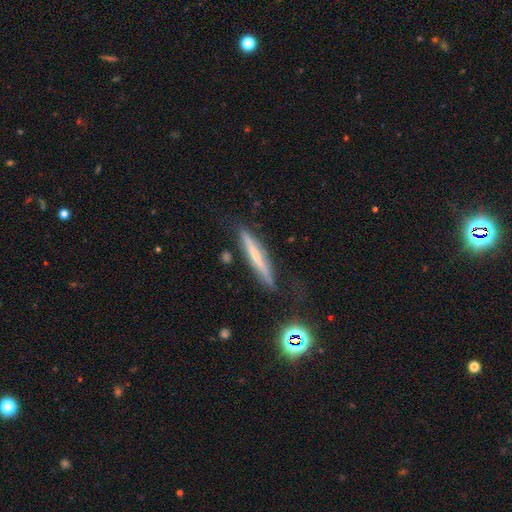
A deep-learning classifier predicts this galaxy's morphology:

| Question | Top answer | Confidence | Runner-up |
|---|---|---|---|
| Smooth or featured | featured or disk | 53% | smooth (37%) |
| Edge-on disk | yes | 92% | no (8%) |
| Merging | none | 76% | minor disturbance (18%) |